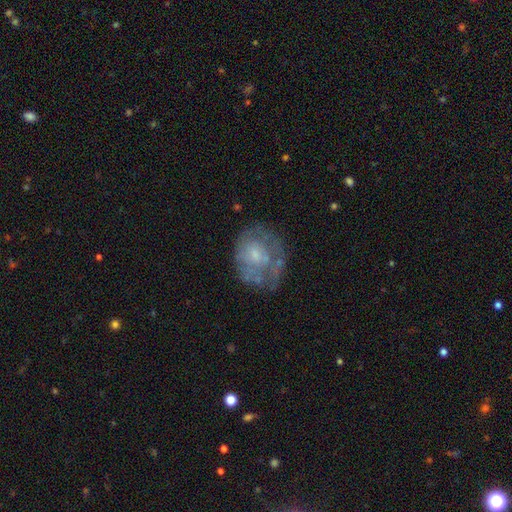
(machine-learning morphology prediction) Smooth or featured? Predicted: featured or disk (p=0.52). Edge-on disk? Predicted: no (p=0.97). Bar? Predicted: no (p=0.84). Spiral arms? Predicted: no (p=0.70). Bulge size? Predicted: small (p=0.49). Merging? Predicted: none (p=0.49).